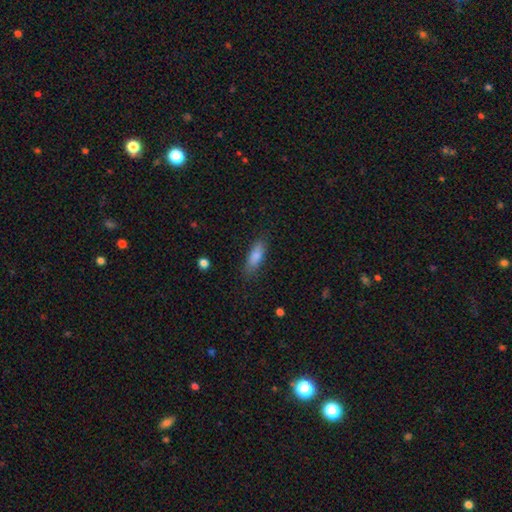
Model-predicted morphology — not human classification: A smooth galaxy with no disk features (81%) that is in between round and cigar-shaped (58%).

Vote fractions:
- Smooth or featured? smooth: 81% / featured or disk: 12% / star or artifact: 7%
- How rounded? in between: 58% / cigar-shaped: 40% / round: 2%
- Merging? none: 81% / minor disturbance: 14% / major disturbance: 3% / merger: 1%